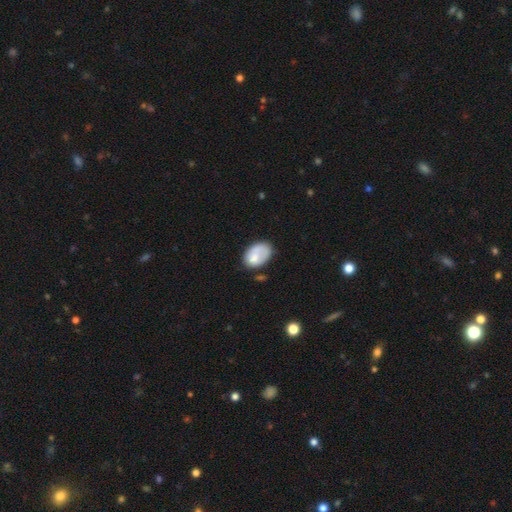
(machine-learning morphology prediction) Smooth or featured: smooth — 71% (featured or disk — 23%)
How rounded: in between — 82% (round — 17%)
Merging: none — 51% (minor disturbance — 28%)